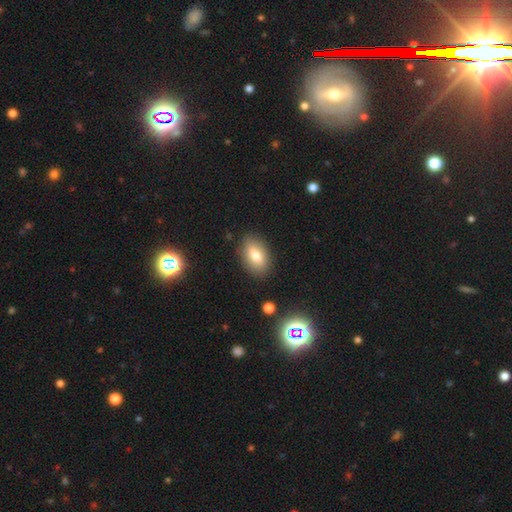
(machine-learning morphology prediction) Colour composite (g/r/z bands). It shows a smooth galaxy with no disk features (76%) that is in between round and cigar-shaped (88%). Merging: none (86%).